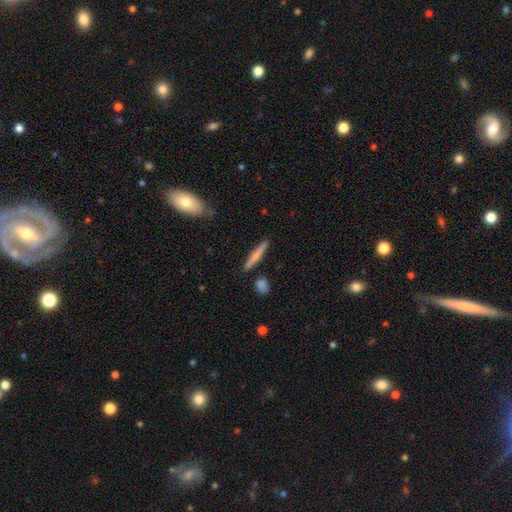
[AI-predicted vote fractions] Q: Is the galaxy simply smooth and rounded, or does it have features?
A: smooth — 59%.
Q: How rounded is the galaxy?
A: cigar-shaped — 93%.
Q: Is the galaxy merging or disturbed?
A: none — 85%.